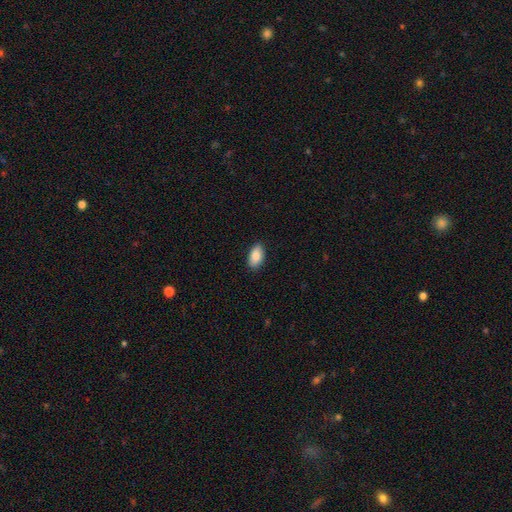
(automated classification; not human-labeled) A smooth galaxy with no disk features (87%) that is in between round and cigar-shaped (93%).

Vote fractions:
- Smooth or featured? smooth: 87% / star or artifact: 7% / featured or disk: 6%
- How rounded? in between: 93% / round: 4% / cigar-shaped: 3%
- Merging? none: 88% / minor disturbance: 9% / major disturbance: 2% / merger: 1%